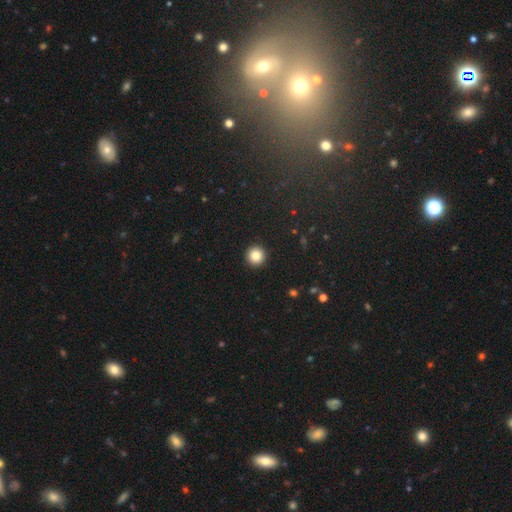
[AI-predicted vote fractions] This appears to be a smooth galaxy with no disk features (84%) that is round (96%). Merging: none (94%).